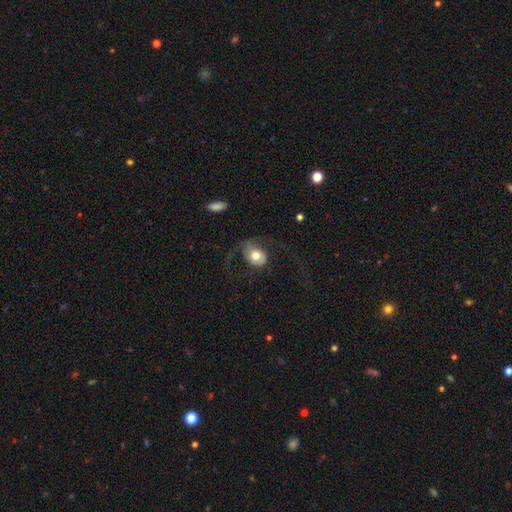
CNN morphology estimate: smooth 50%, featured or disk 43%, star or artifact 7%. Down the decision tree: merging — major disturbance (42%).